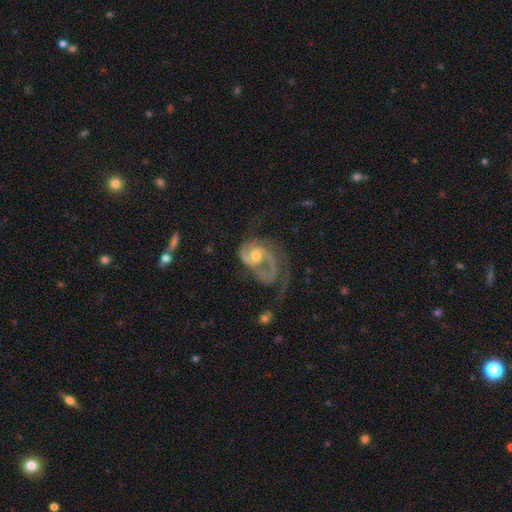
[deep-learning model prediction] A featured or disk galaxy (87%) with no bar (61%), 2 (65%) medium (49%) spiral arms (95%) and a moderate central bulge (65%).

Vote fractions:
- Smooth or featured? featured or disk: 87% / smooth: 8% / star or artifact: 5%
- Edge-on disk? no: 98% / yes: 2%
- Bar? no: 61% / weak: 32% / strong: 7%
- Spiral arms? yes: 95% / no: 5%
- Spiral winding? medium: 49% / loose: 28% / tight: 24%
- Spiral arm count? 2: 65% / 1: 18% / can't tell: 7% / 3: 7% / 4: 2% / more than 4: 2%
- Bulge size? moderate: 65% / small: 27% / large: 5% / none: 2% / dominant: 1%
- Merging? major disturbance: 43% / none: 32% / minor disturbance: 19% / merger: 5%